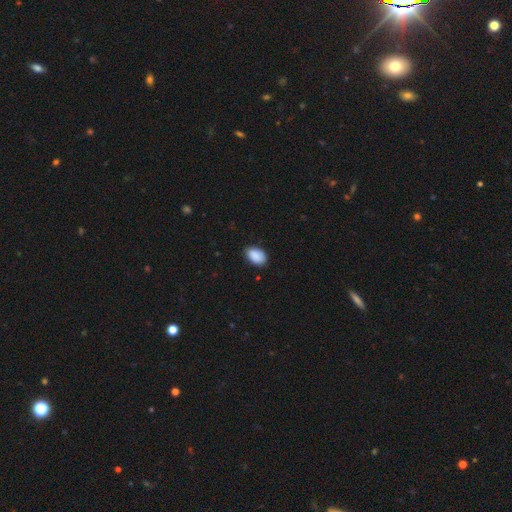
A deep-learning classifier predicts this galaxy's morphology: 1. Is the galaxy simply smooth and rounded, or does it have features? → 89% smooth, 7% star or artifact, 4% featured or disk.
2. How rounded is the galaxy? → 88% in between, 11% round, 1% cigar-shaped.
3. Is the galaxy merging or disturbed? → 80% none, 16% minor disturbance, 3% major disturbance, 1% merger.